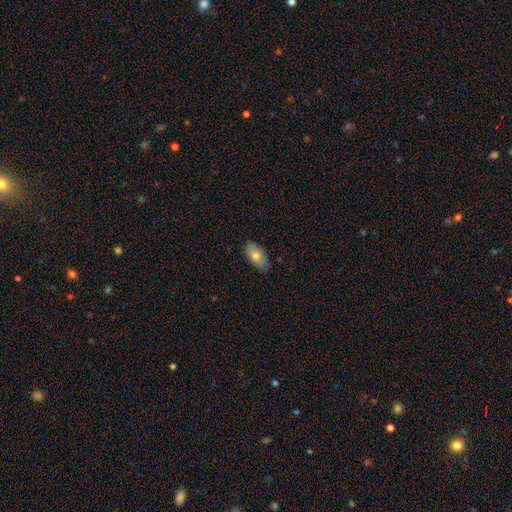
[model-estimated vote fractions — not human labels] This is likely a smooth galaxy (74%). How rounded: clearly in between (92%). Merging: clearly none (81%).